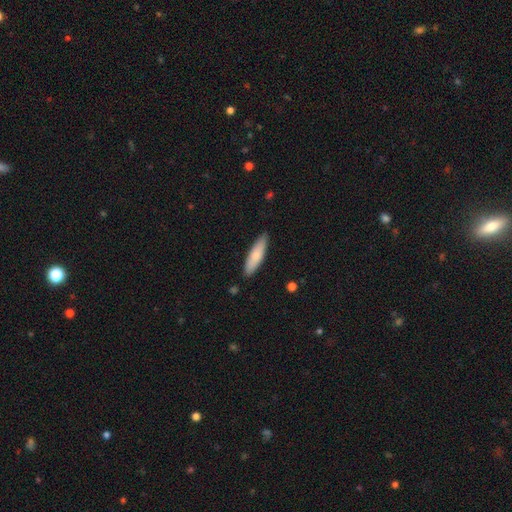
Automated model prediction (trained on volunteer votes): Morphology: type=smooth (78%); roundness=cigar-shaped (66%); merging=none (86%).